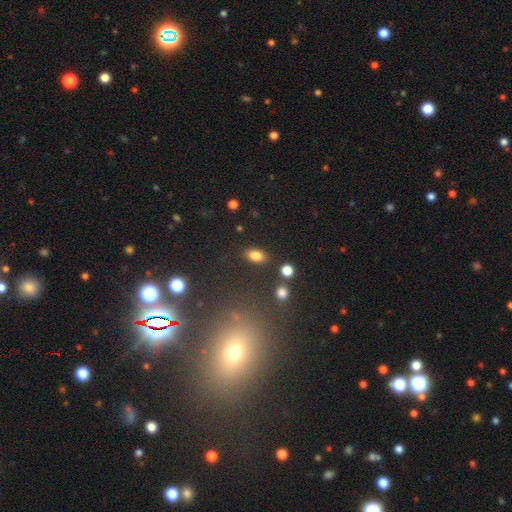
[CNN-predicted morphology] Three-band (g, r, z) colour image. It shows a smooth galaxy with no disk features (85%) that is in between round and cigar-shaped (89%). Merging: none (84%).